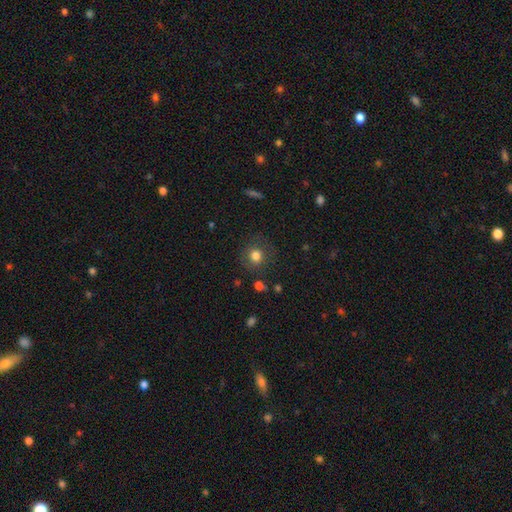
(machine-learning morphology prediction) type=smooth (79%); roundness=round (85%); merging=none (81%).